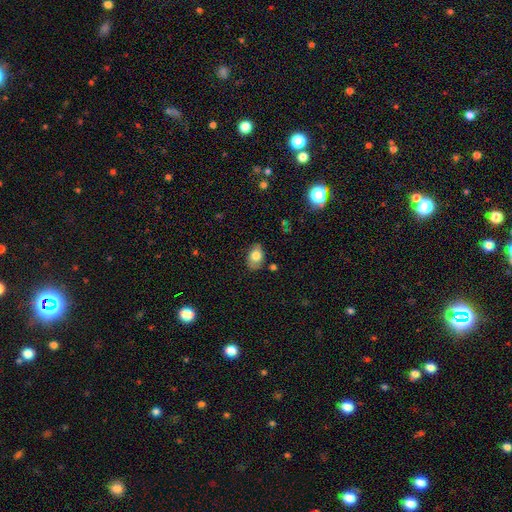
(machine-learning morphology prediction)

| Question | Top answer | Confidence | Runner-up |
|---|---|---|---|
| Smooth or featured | smooth | 78% | featured or disk (14%) |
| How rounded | in between | 85% | round (14%) |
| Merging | none | 77% | minor disturbance (18%) |